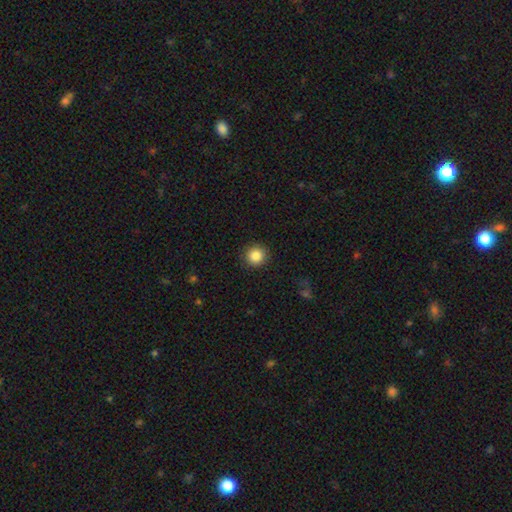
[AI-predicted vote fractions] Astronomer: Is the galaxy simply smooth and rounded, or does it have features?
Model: smooth — 86%.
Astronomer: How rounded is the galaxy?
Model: round — 94%.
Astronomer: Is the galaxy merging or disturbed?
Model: none — 92%.